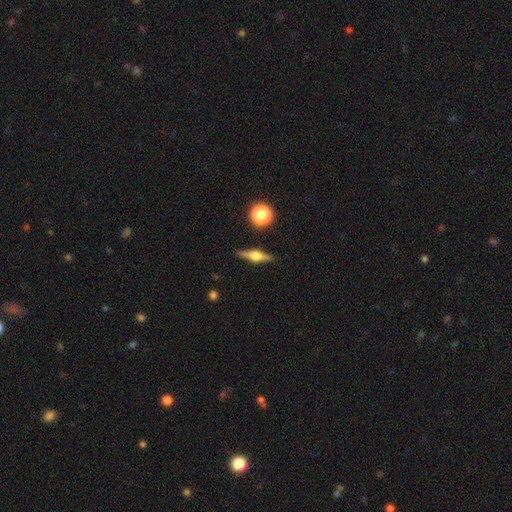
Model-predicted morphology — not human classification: This appears to be a featured or disk galaxy (71%) viewed edge-on (97%) with a rounded central bulge (93%). Merging: none (89%).